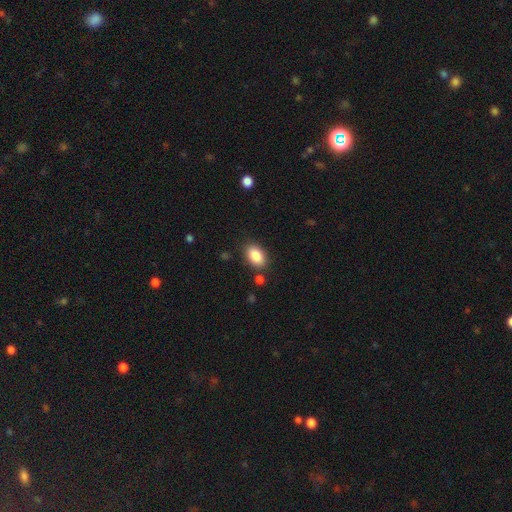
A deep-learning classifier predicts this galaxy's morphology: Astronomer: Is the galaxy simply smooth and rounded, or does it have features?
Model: smooth — 87%.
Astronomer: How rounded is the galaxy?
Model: in between — 90%.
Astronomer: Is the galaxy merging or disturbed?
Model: none — 83%.